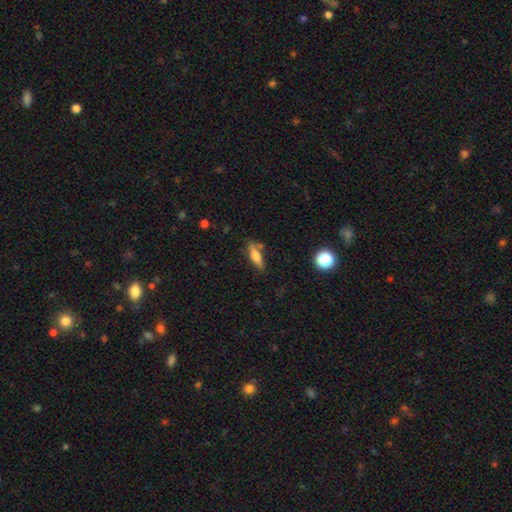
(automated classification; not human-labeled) This appears to be a smooth galaxy with no disk features (66%) that is cigar-shaped (57%). Merging: none (70%).